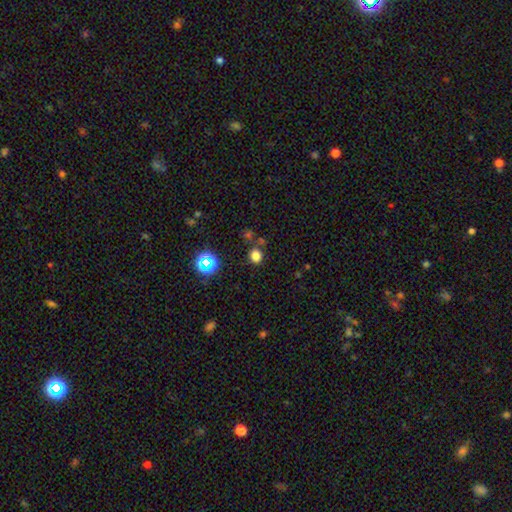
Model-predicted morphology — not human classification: Q: Smooth or featured?
A: smooth (76%); runner-up: star or artifact (19%)
Q: How rounded?
A: round (75%); runner-up: in between (24%)
Q: Merging?
A: none (79%); runner-up: minor disturbance (10%)